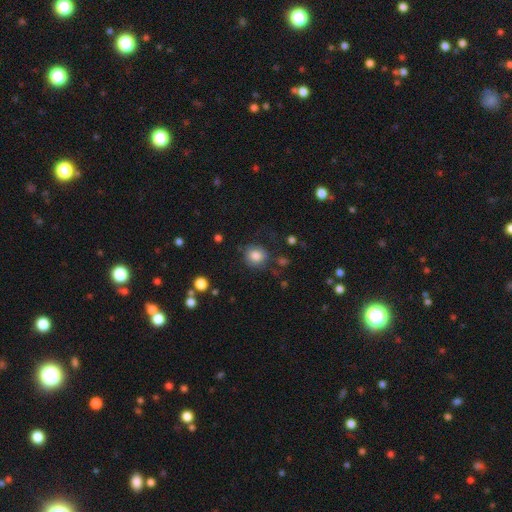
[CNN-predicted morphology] smooth 82%, star or artifact 10%, featured or disk 8%. Down the decision tree: how rounded — round (84%); merging — none (77%).